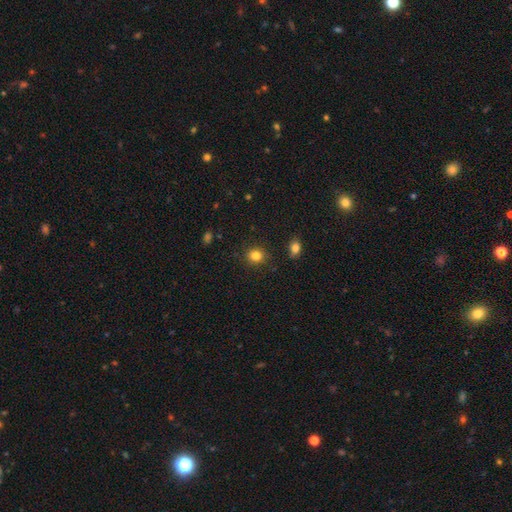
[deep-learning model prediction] This appears to be a smooth galaxy with no disk features (83%) that is round (78%). Merging: none (88%).